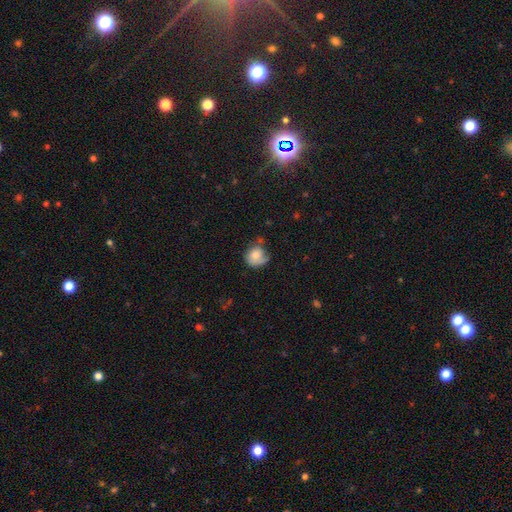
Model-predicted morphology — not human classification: Smooth or featured? smooth (64%)
How rounded? round (64%)
Merging? none (42%)